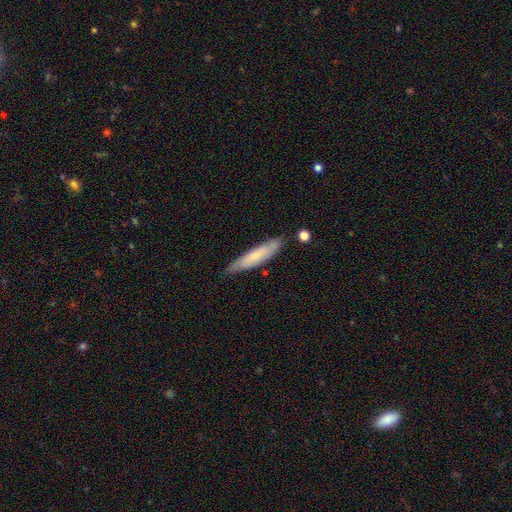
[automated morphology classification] Overall: smooth (61%; featured or disk 33%). How rounded: cigar-shaped (83%). Merging: none (78%).